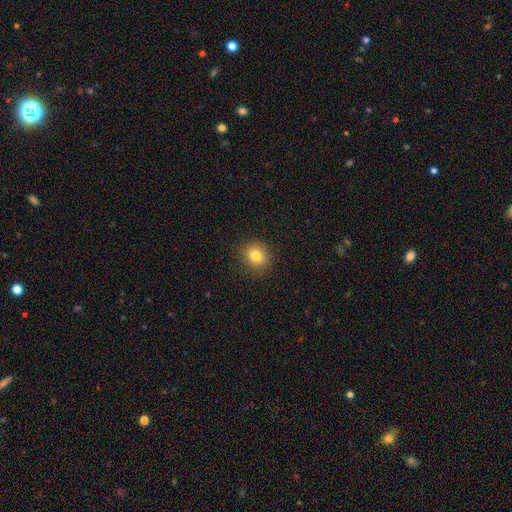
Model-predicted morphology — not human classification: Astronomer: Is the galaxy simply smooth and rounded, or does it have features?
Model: smooth — 80%.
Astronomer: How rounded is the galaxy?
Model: round — 78%.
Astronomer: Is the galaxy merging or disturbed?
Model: none — 89%.